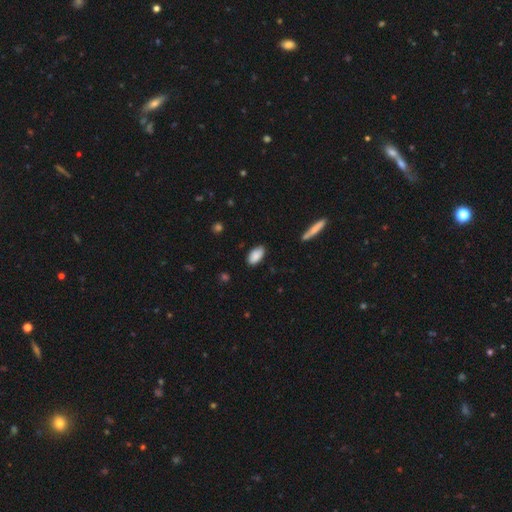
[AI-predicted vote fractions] smooth_or_featured: smooth (p=0.88) [alt: star or artifact p=0.07]
how_rounded: in between (p=0.94) [alt: cigar-shaped p=0.03]
merging: none (p=0.84) [alt: minor disturbance p=0.12]